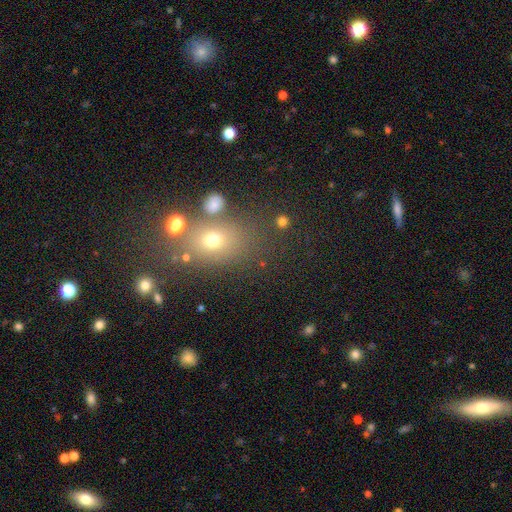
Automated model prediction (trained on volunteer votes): smooth-or-featured: smooth: 54% | star or artifact: 31% | featured or disk: 15%
  how-rounded: in between: 50% | round: 47% | cigar-shaped: 3%
  merging: none: 68% | merger: 15% | minor disturbance: 11% | major disturbance: 6%